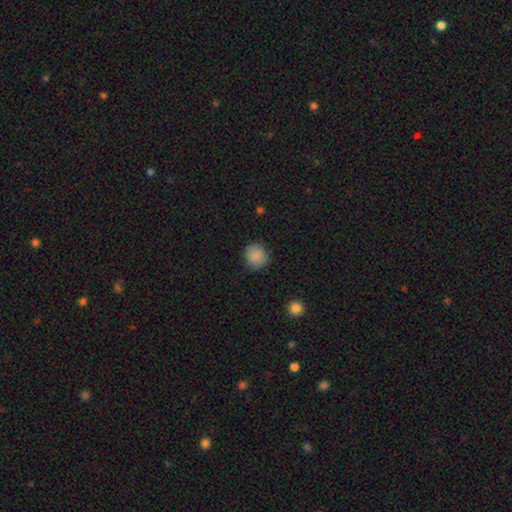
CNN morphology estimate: A smooth galaxy with no disk features (88%) that is round (88%).

Vote fractions:
- Smooth or featured? smooth: 88% / star or artifact: 9% / featured or disk: 4%
- How rounded? round: 88% / in between: 11% / cigar-shaped: 1%
- Merging? none: 85% / minor disturbance: 11% / major disturbance: 3% / merger: 1%